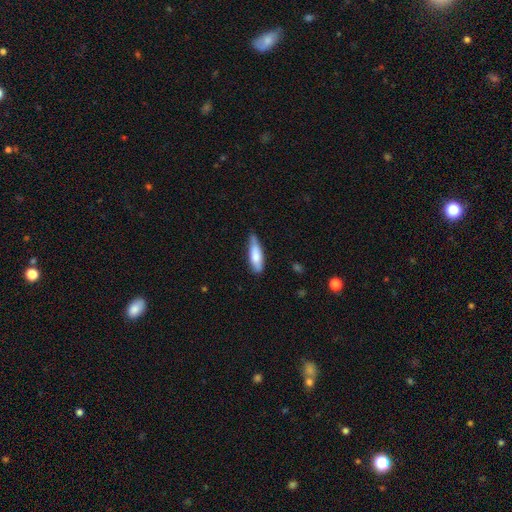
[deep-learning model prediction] Smooth or featured?
  - smooth: 76% *
  - featured or disk: 18%
  - star or artifact: 6%
How rounded?
  - cigar-shaped: 55% *
  - in between: 43%
  - round: 2%
Merging?
  - none: 64% *
  - minor disturbance: 29%
  - major disturbance: 5%
  - merger: 2%